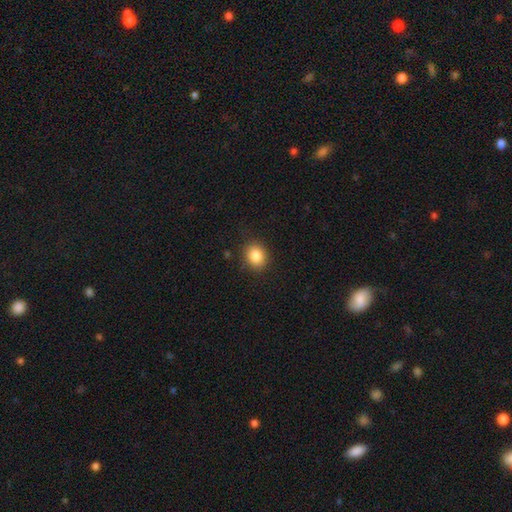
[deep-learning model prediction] smooth_or_featured: smooth (p=0.86) [alt: star or artifact p=0.10]
how_rounded: round (p=0.71) [alt: in between p=0.29]
merging: none (p=0.87) [alt: minor disturbance p=0.09]